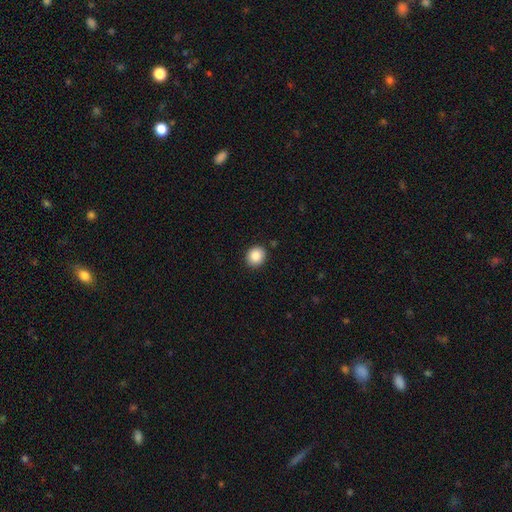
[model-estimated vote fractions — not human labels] This is clearly a smooth galaxy (88%). How rounded: likely round (74%). Merging: clearly none (89%).